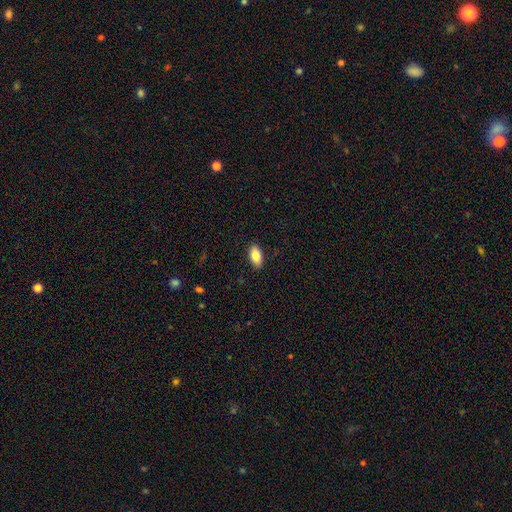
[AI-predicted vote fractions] smooth-or-featured: smooth: 83% | featured or disk: 10% | star or artifact: 7%
  how-rounded: in between: 93% | cigar-shaped: 4% | round: 3%
  merging: none: 89% | minor disturbance: 8% | major disturbance: 2% | merger: 1%